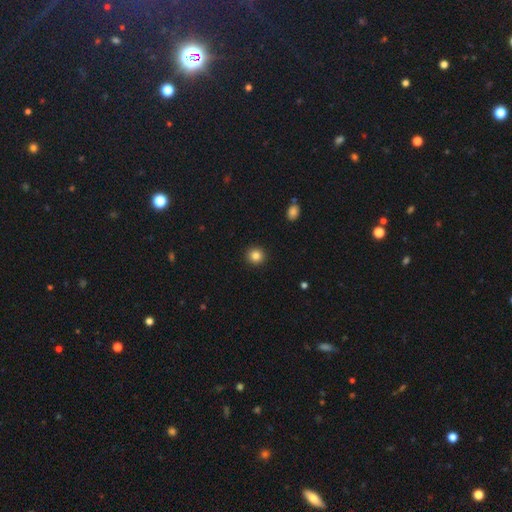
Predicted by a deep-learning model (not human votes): Morphology: type=smooth (85%); roundness=round (93%); merging=none (93%).